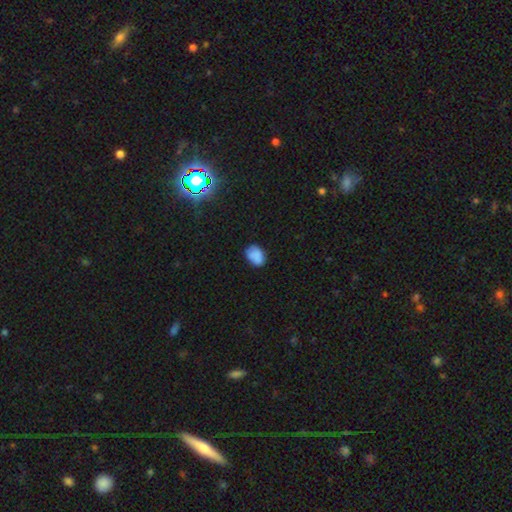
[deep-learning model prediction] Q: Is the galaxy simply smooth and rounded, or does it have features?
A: smooth — 82%.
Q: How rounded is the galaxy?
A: in between — 76%.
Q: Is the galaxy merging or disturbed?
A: none — 71%.